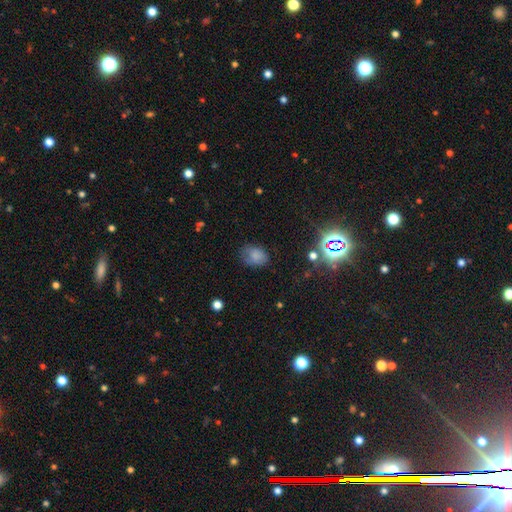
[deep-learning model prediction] smooth 78%, star or artifact 13%, featured or disk 10%. Down the decision tree: how rounded — in between (75%); merging — none (66%).